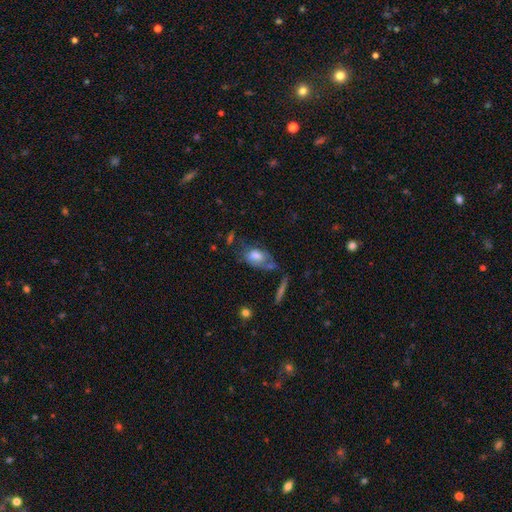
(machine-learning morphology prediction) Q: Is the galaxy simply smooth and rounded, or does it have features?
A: smooth — 61%.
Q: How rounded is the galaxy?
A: in between — 87%.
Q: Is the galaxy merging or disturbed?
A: none — 35%.